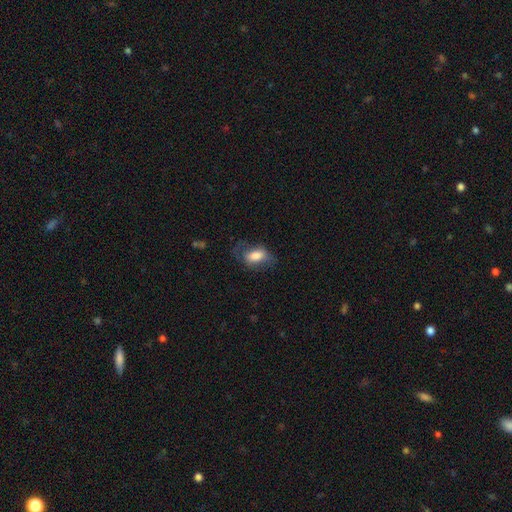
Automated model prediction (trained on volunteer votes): Smooth or featured? Predicted: smooth (p=0.70). How rounded? Predicted: in between (p=0.87). Merging? Predicted: none (p=0.47).